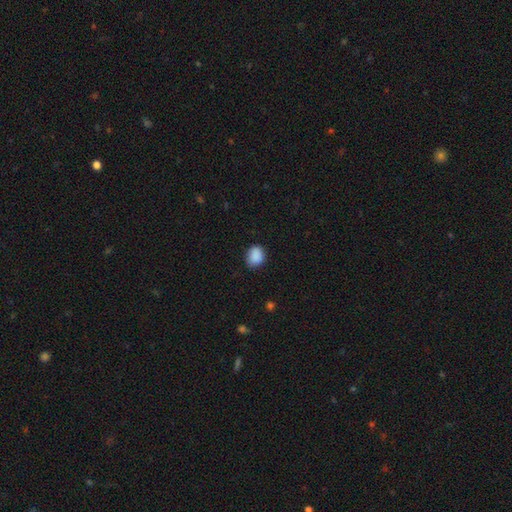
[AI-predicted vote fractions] Smooth or featured?
  - smooth: 89% *
  - star or artifact: 8%
  - featured or disk: 3%
How rounded?
  - in between: 50% *
  - round: 49%
  - cigar-shaped: 1%
Merging?
  - none: 79% *
  - minor disturbance: 16%
  - major disturbance: 3%
  - merger: 1%